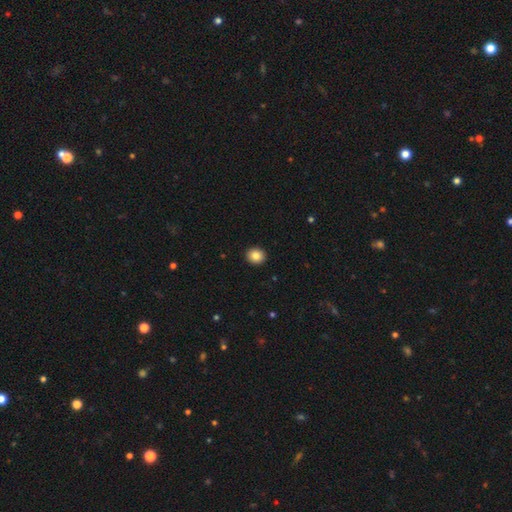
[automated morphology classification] Smooth or featured? smooth (84%)
How rounded? round (81%)
Merging? none (93%)